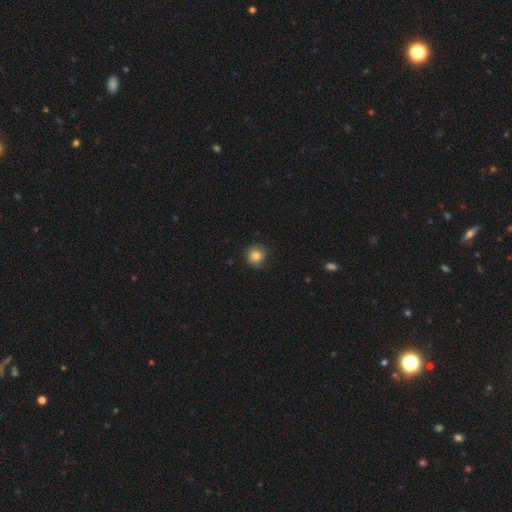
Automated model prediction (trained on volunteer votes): Smooth or featured? Predicted: smooth (p=0.83). How rounded? Predicted: round (p=0.91). Merging? Predicted: none (p=0.79).